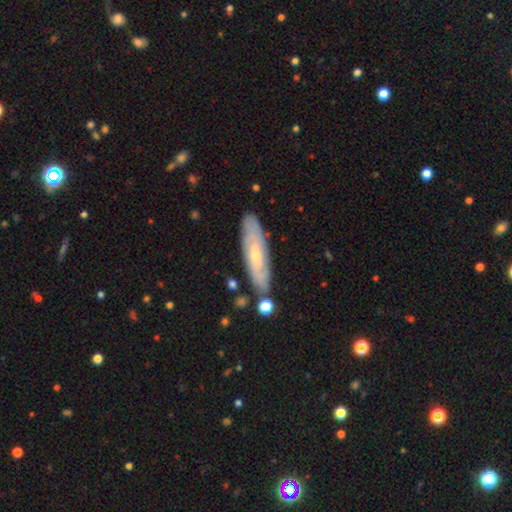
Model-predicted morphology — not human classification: smooth-or-featured: featured or disk: 59% | smooth: 35% | star or artifact: 6%
  disk-edge-on: no: 69% | yes: 31%
  merging: none: 81% | minor disturbance: 13% | merger: 3% | major disturbance: 3%